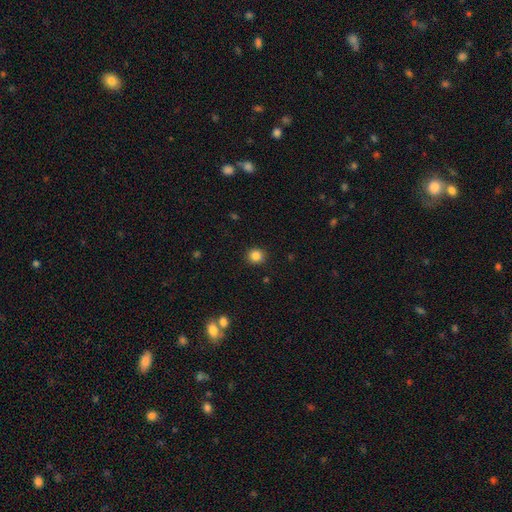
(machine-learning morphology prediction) Smooth or featured? Predicted: smooth (p=0.85). How rounded? Predicted: round (p=0.90). Merging? Predicted: none (p=0.90).